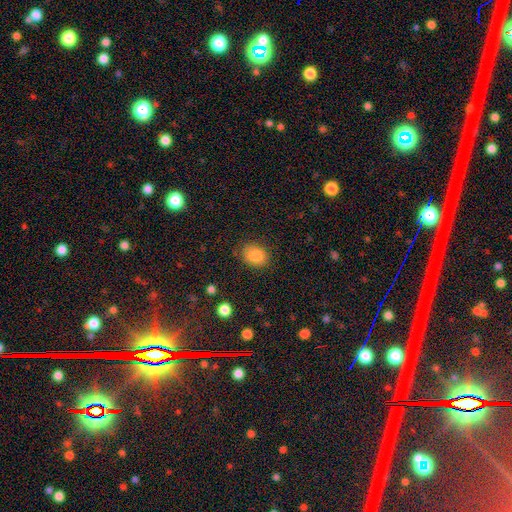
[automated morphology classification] Q: Smooth or featured?
A: smooth (85%); runner-up: star or artifact (9%)
Q: How rounded?
A: in between (53%); runner-up: round (47%)
Q: Merging?
A: none (82%); runner-up: minor disturbance (14%)